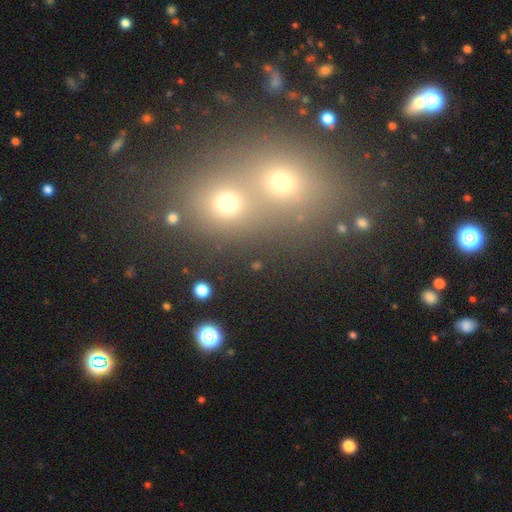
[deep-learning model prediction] Overall: smooth (51%; star or artifact 34%). How rounded: round (65%; in between 33%). Merging: merger (54%; none 38%).